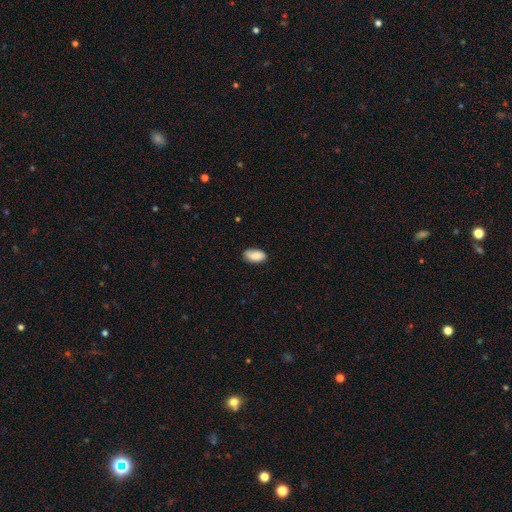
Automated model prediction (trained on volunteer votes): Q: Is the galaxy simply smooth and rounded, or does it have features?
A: smooth — 85%.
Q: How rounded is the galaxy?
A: in between — 93%.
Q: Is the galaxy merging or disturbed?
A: none — 74%.